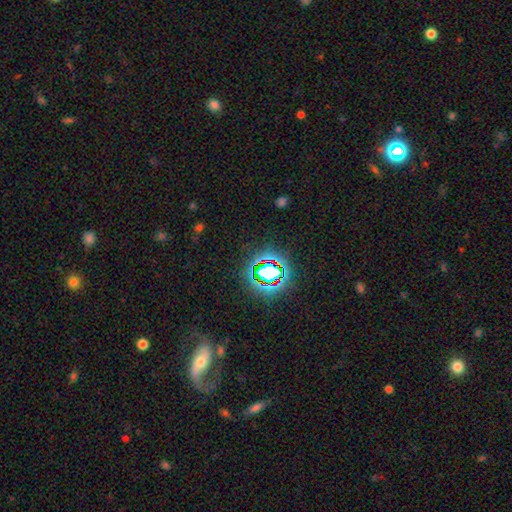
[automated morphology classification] This is likely a star or artifact rather than a galaxy (66%).